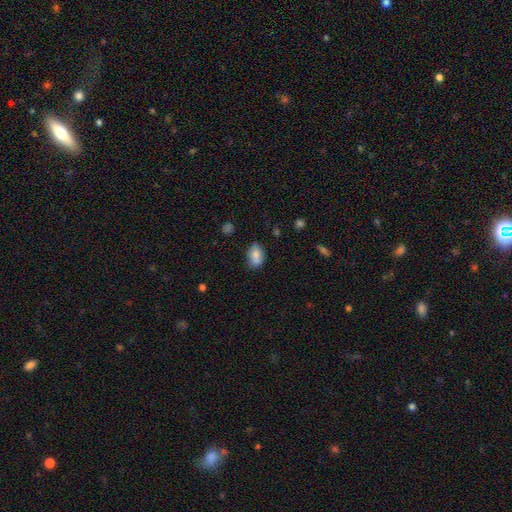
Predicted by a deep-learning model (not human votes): This appears to be a smooth galaxy with no disk features (81%) that is in between round and cigar-shaped (85%). Merging: none (72%).